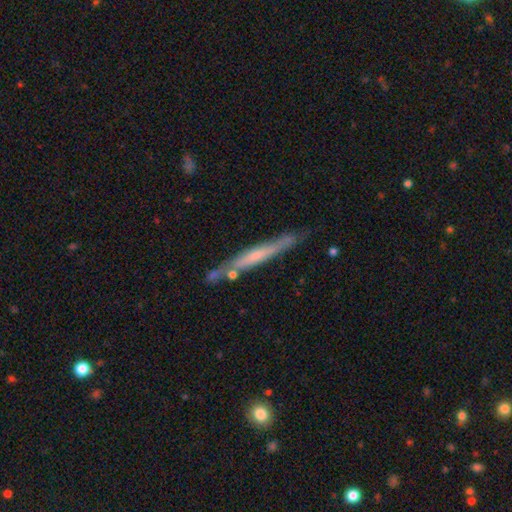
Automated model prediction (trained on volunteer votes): The model was most divided on "smooth or featured": featured or disk: 54%, smooth: 41%, star or artifact: 6%. More confident: edge-on disk — yes (91%); merging — none (71%).